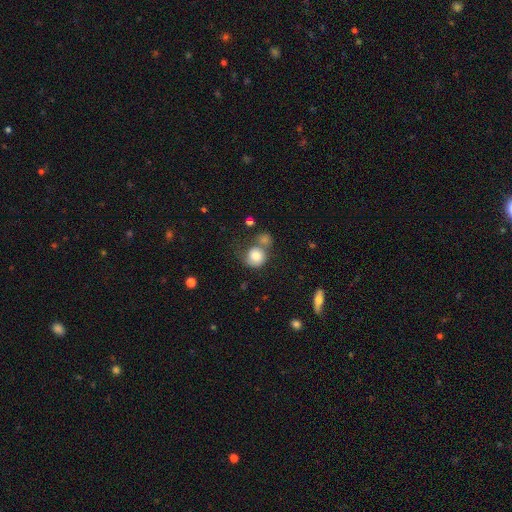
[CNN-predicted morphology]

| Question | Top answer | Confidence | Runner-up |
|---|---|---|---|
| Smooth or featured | smooth | 79% | featured or disk (13%) |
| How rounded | round | 81% | in between (18%) |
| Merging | none | 37% | merger (35%) |